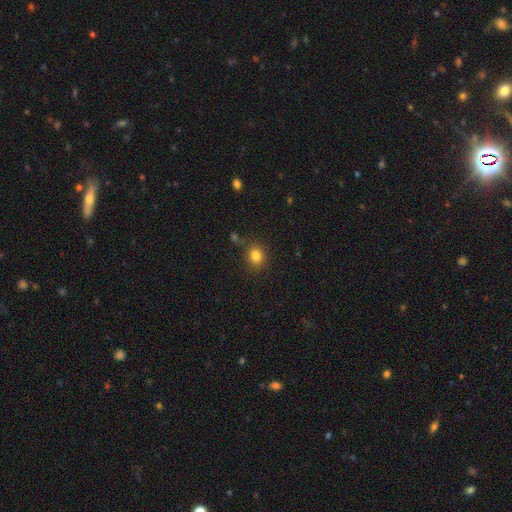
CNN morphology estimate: Overall: smooth (82%). How rounded: round (66%; in between 33%). Merging: none (81%).